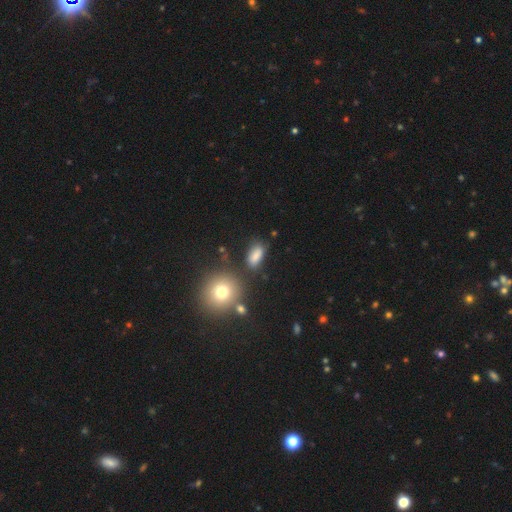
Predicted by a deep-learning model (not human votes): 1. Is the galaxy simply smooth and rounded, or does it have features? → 82% smooth, 11% star or artifact, 7% featured or disk.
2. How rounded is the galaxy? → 85% in between, 7% cigar-shaped, 7% round.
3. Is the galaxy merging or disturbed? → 72% none, 17% minor disturbance, 6% merger, 6% major disturbance.